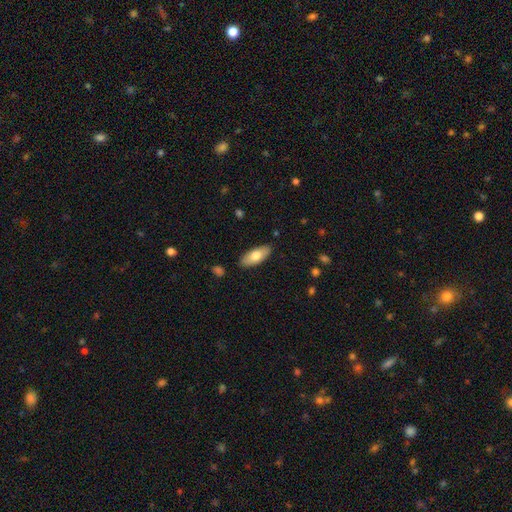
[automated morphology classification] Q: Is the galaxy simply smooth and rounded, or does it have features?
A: smooth — 74%.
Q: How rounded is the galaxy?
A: in between — 84%.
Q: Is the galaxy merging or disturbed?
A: none — 87%.